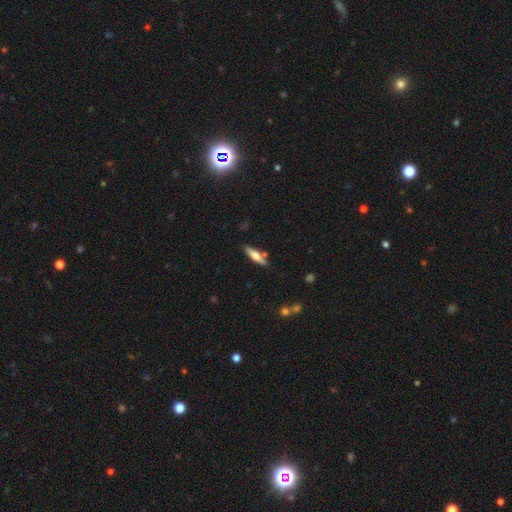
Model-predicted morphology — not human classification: Q: Smooth or featured?
A: smooth (52%); runner-up: featured or disk (42%)
Q: How rounded?
A: cigar-shaped (68%); runner-up: in between (30%)
Q: Merging?
A: none (79%); runner-up: minor disturbance (12%)